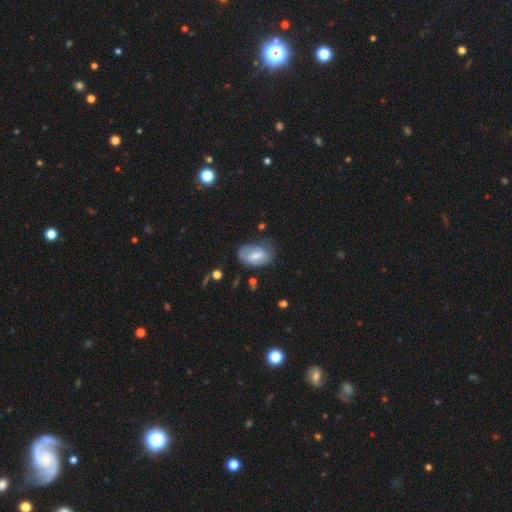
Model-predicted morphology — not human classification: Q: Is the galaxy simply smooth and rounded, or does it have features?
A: smooth — 48%.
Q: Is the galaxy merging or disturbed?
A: none — 52%.